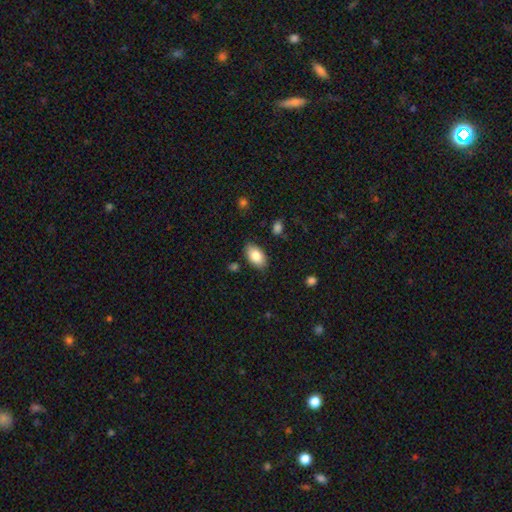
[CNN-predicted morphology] The model was most divided on "smooth or featured": smooth: 83%, featured or disk: 10%, star or artifact: 7%. More confident: how rounded — in between (94%); merging — none (85%).